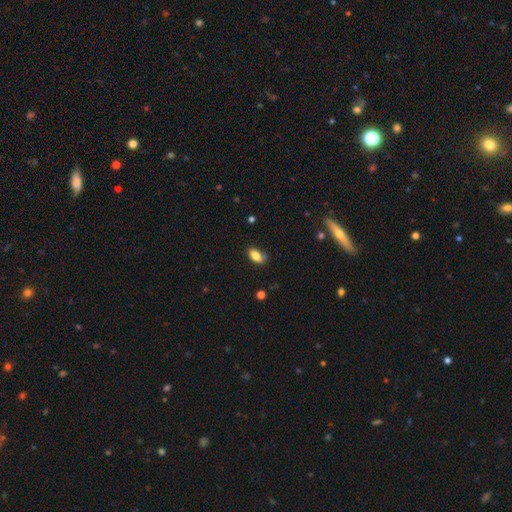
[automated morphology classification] Smooth or featured? smooth (82%)
How rounded? in between (91%)
Merging? none (70%)